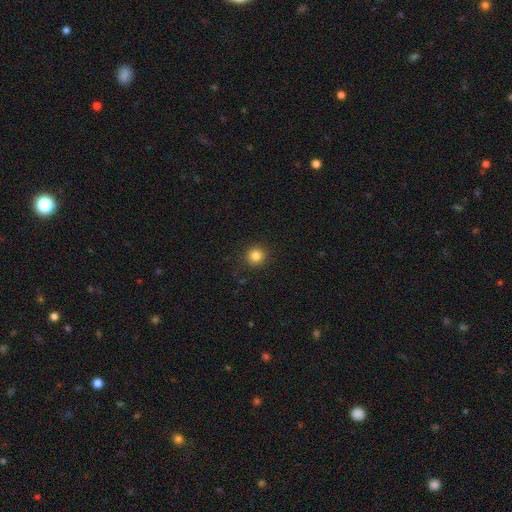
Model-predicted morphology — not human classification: type=smooth (84%); roundness=round (94%); merging=none (91%).